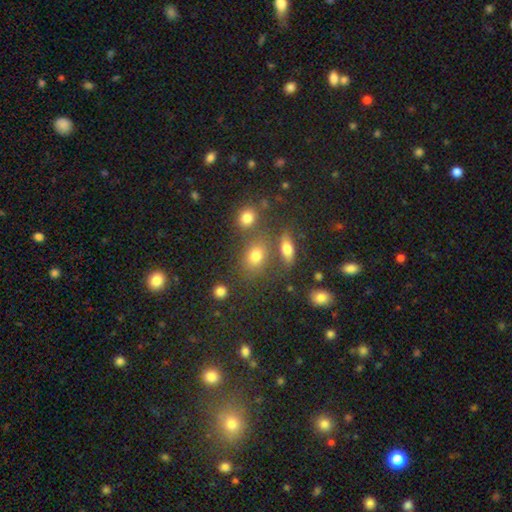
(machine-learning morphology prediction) This appears to be a smooth galaxy with no disk features (73%) that is in between round and cigar-shaped (64%). Merging: none (58%).